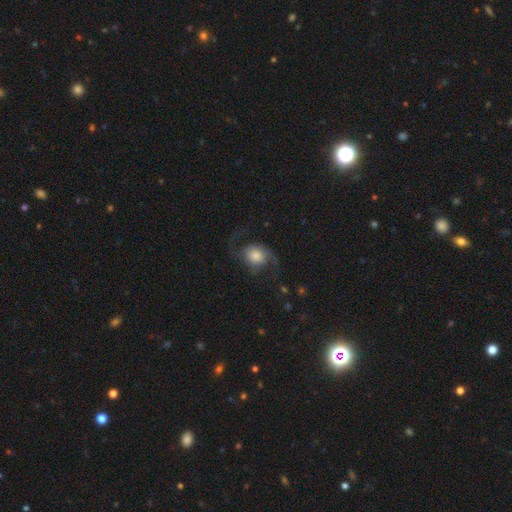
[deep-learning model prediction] Morphology: type=featured or disk (68%); edge-on=no (97%); bar=no (71%); spiral arms=yes (94%); winding=loose (69%); arm count=2 (92%); bulge=large (38%); merging=none (63%).